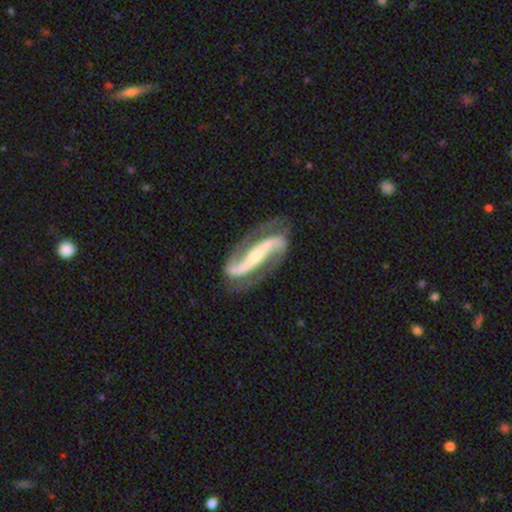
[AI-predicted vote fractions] Smooth or featured?
  - featured or disk: 92% *
  - smooth: 4%
  - star or artifact: 4%
Edge-on disk?
  - no: 93% *
  - yes: 7%
Bar?
  - strong: 67% *
  - weak: 17%
  - no: 16%
Spiral arms?
  - yes: 98% *
  - no: 2%
Spiral winding?
  - medium: 43% *
  - loose: 40%
  - tight: 17%
Spiral arm count?
  - 2: 94% *
  - can't tell: 2%
  - 1: 1%
  - 3: 1%
  - 4: 1%
  - more than 4: 1%
Bulge size?
  - small: 54% *
  - moderate: 38%
  - large: 4%
  - none: 3%
  - dominant: 1%
Merging?
  - none: 78% *
  - minor disturbance: 14%
  - major disturbance: 6%
  - merger: 2%